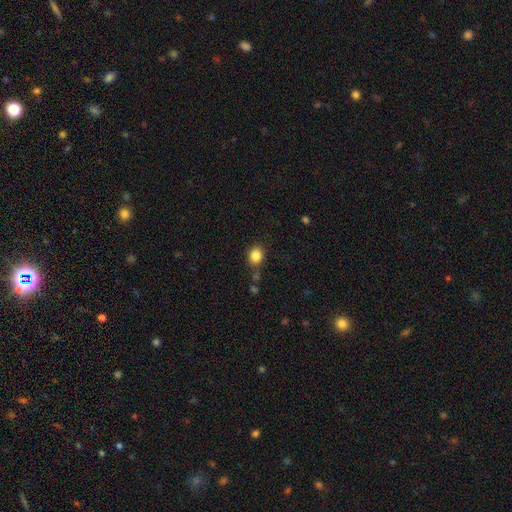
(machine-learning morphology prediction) Smooth or featured? smooth (85%)
How rounded? round (74%)
Merging? none (77%)